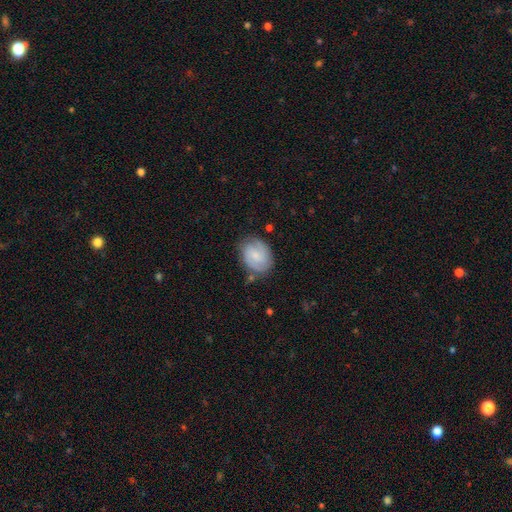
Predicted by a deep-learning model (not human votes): Smooth or featured?
  - featured or disk: 47% *
  - smooth: 45%
  - star or artifact: 7%
Merging?
  - none: 73% *
  - minor disturbance: 19%
  - major disturbance: 6%
  - merger: 3%